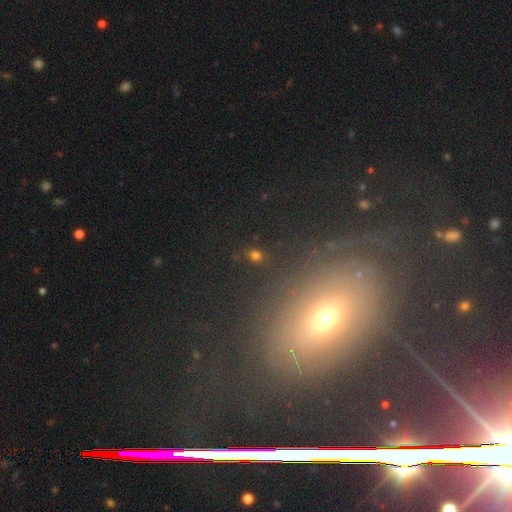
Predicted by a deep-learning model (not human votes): Smooth or featured? smooth (51%)
How rounded? round (59%)
Merging? none (82%)